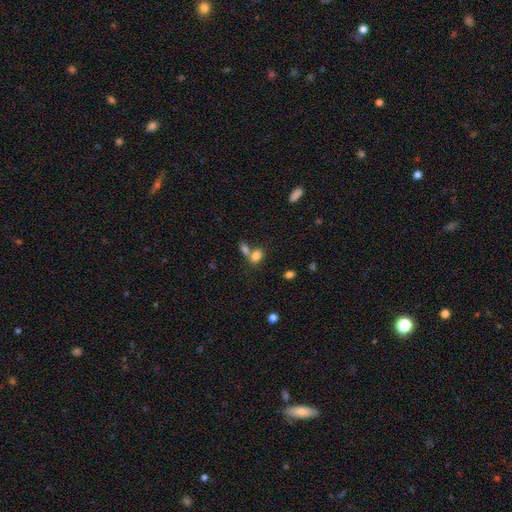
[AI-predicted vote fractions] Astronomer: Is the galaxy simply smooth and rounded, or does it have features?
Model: smooth — 81%.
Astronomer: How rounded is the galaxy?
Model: in between — 76%.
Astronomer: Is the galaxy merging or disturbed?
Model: merger — 45% (runner-up: none, 40%).